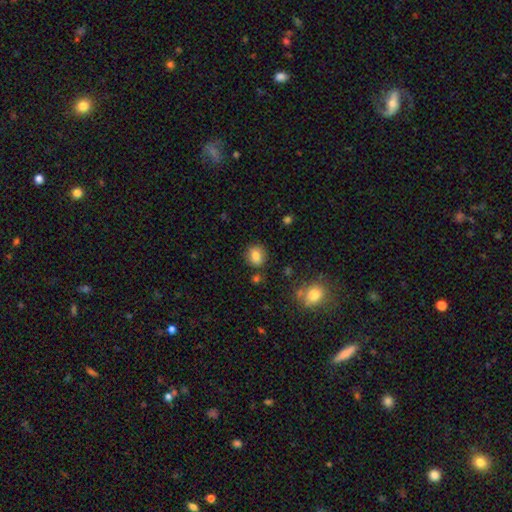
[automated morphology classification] type=smooth (81%); roundness=round (65%); merging=none (83%).